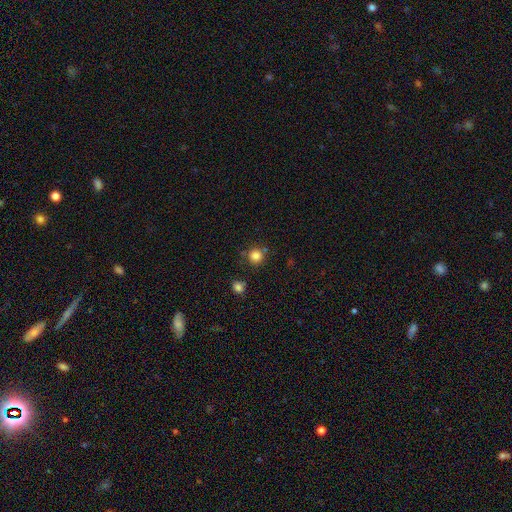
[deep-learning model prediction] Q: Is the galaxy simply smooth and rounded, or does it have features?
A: smooth — 83%.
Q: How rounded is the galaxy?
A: round — 94%.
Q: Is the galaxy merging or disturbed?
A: none — 81%.